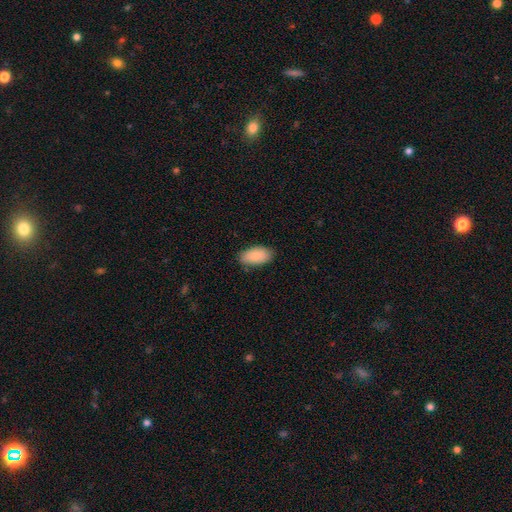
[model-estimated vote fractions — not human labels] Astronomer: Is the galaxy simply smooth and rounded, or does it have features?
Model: smooth — 89%.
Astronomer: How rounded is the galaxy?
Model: in between — 94%.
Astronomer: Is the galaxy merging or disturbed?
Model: none — 83%.